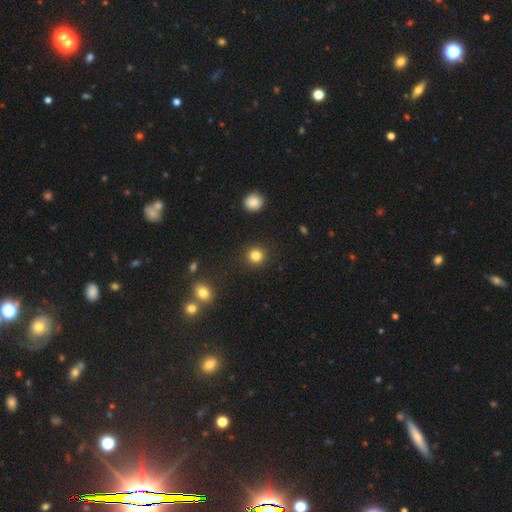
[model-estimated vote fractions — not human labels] Smooth or featured? smooth (84%)
How rounded? round (92%)
Merging? none (91%)